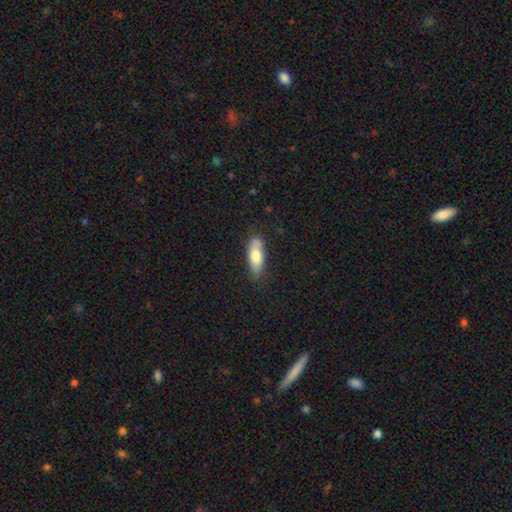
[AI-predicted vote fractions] Overall: smooth (74%). How rounded: in between (66%; cigar-shaped 31%). Merging: none (71%).